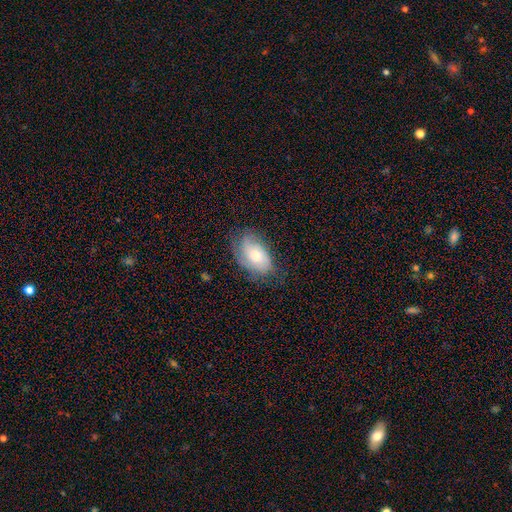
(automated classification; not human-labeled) This appears to be a smooth galaxy with no disk features (52%) that is in between round and cigar-shaped (90%). Merging: none (64%).